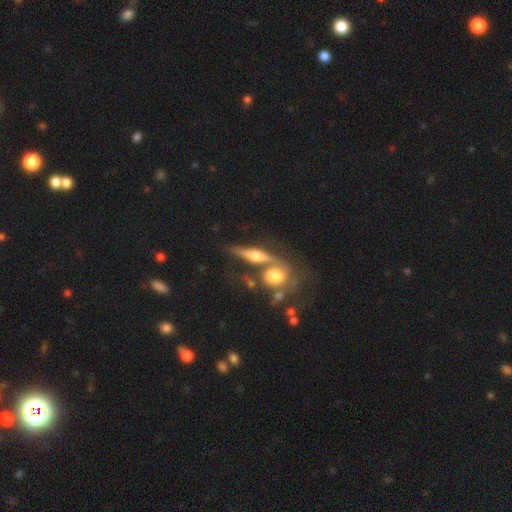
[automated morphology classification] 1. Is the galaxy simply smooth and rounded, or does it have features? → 66% featured or disk, 26% smooth, 8% star or artifact.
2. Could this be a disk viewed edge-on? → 86% yes, 14% no.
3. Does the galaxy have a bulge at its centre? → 92% rounded, 5% boxy, 3% none.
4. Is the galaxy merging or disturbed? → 51% none, 28% merger, 13% minor disturbance, 7% major disturbance.